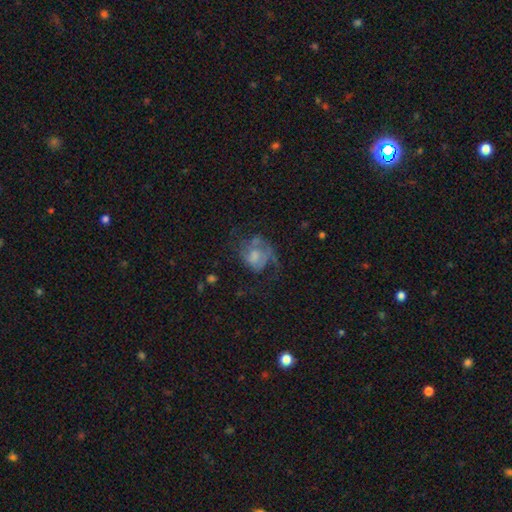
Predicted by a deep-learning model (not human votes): Smooth or featured?
  - featured or disk: 62% *
  - smooth: 28%
  - star or artifact: 9%
Edge-on disk?
  - no: 98% *
  - yes: 2%
Bar?
  - no: 66% *
  - weak: 29%
  - strong: 5%
Spiral arms?
  - yes: 75% *
  - no: 25%
Bulge size?
  - moderate: 35% *
  - small: 28%
  - none: 21%
  - large: 13%
  - dominant: 3%
Merging?
  - major disturbance: 41% *
  - none: 36%
  - minor disturbance: 20%
  - merger: 3%